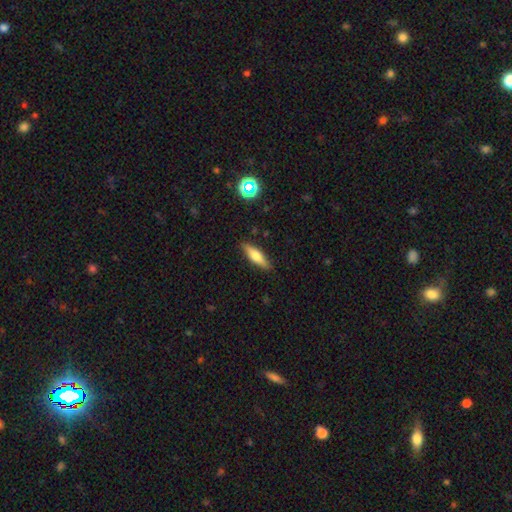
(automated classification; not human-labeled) Smooth or featured? smooth (58%)
How rounded? cigar-shaped (60%)
Merging? none (87%)